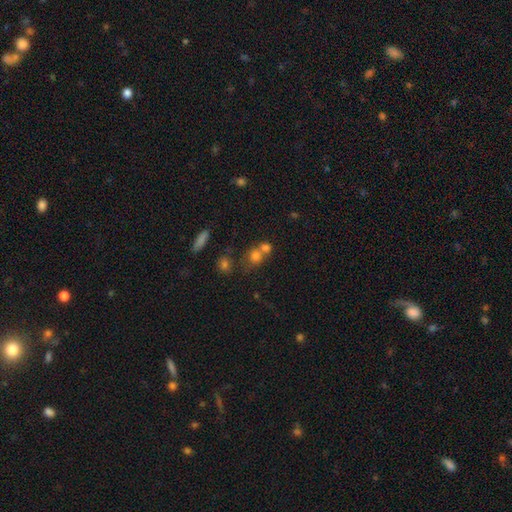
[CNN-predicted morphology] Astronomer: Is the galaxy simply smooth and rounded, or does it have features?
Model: smooth — 74%.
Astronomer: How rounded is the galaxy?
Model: round — 73%.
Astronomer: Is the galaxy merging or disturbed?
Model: merger — 49% (runner-up: none, 39%).